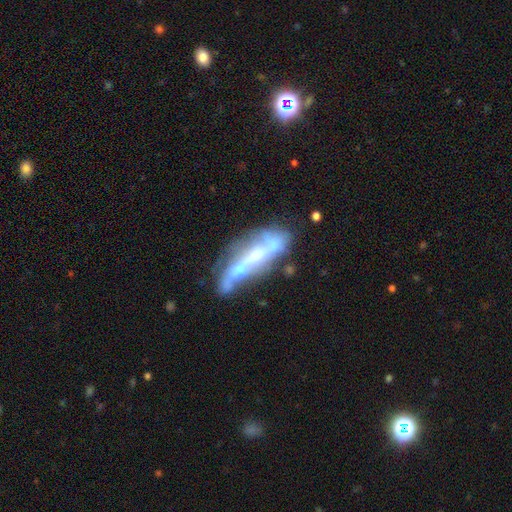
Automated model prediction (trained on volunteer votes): Smooth or featured: featured or disk — 72% (smooth — 20%)
Edge-on disk: no — 74% (yes — 26%)
Bar: no — 46% (weak — 27%)
Spiral arms: yes — 59% (no — 41%)
Bulge size: moderate — 43% (small — 39%)
Merging: none — 42% (minor disturbance — 21%)